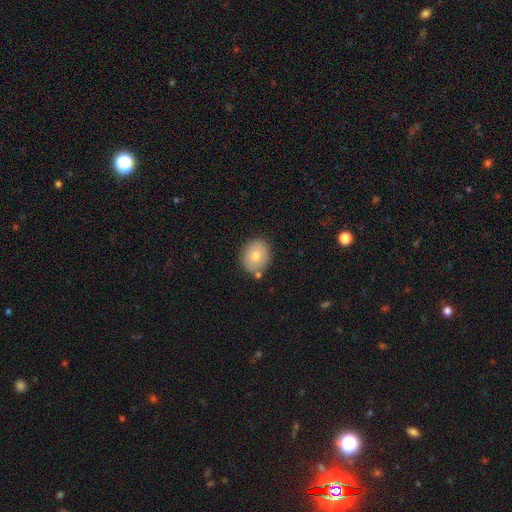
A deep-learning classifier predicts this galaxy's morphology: type=smooth (70%); roundness=round (62%); merging=none (81%).